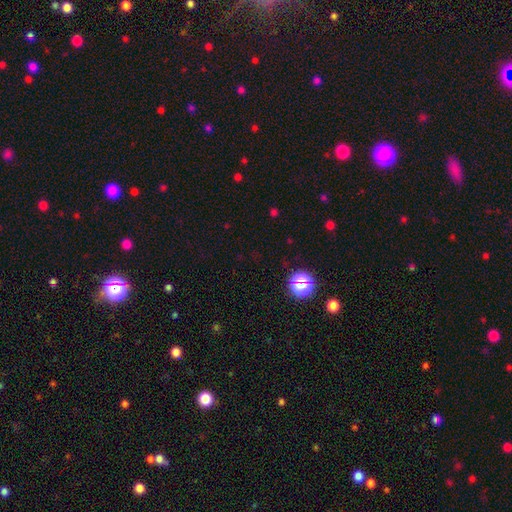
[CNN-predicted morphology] The model was most divided on "smooth or featured": star or artifact: 68%, smooth: 25%, featured or disk: 8%.